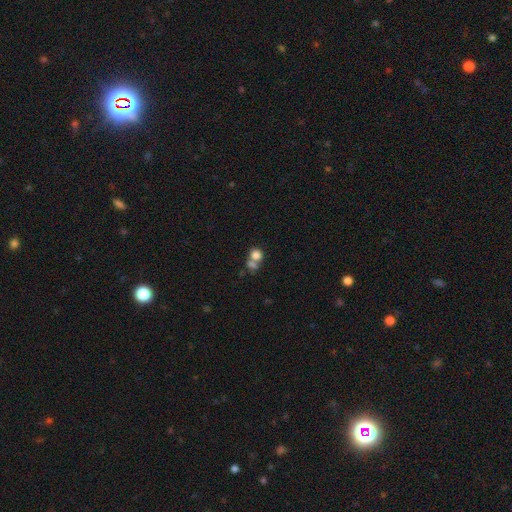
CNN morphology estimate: This appears to be a smooth galaxy with no disk features (78%) that is round (76%). Merging: merger (50%).